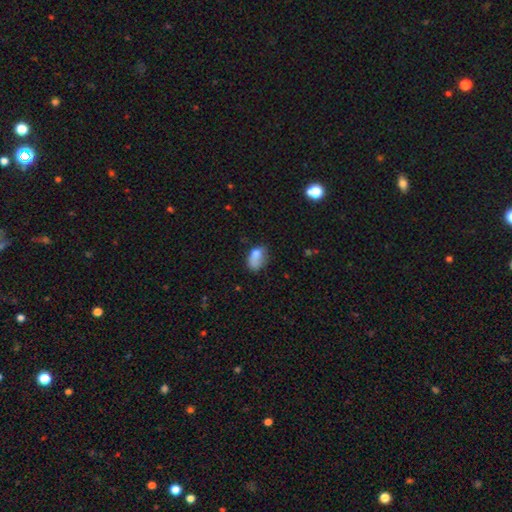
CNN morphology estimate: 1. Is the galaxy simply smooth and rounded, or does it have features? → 72% smooth, 18% featured or disk, 10% star or artifact.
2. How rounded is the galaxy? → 81% in between, 17% round, 2% cigar-shaped.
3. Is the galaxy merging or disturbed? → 33% none, 32% minor disturbance, 24% major disturbance, 11% merger.